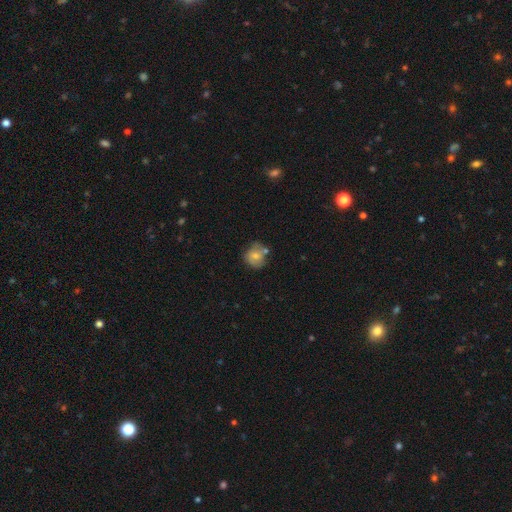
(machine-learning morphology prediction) Smooth or featured?
  - smooth: 68% *
  - featured or disk: 23%
  - star or artifact: 9%
How rounded?
  - round: 83% *
  - in between: 16%
  - cigar-shaped: 1%
Merging?
  - none: 59% *
  - minor disturbance: 21%
  - merger: 15%
  - major disturbance: 5%